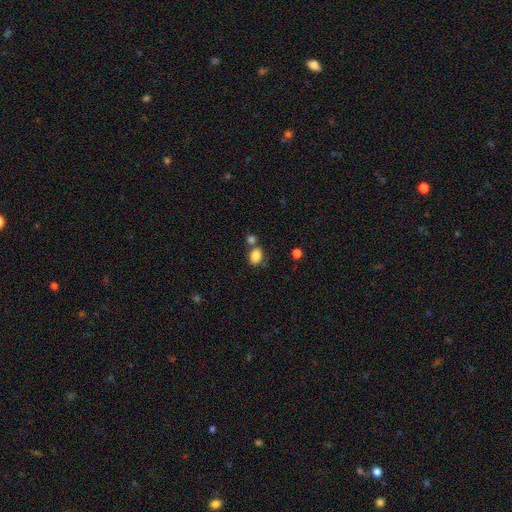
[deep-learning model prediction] Smooth or featured? Predicted: smooth (p=0.85). How rounded? Predicted: in between (p=0.71). Merging? Predicted: none (p=0.56).